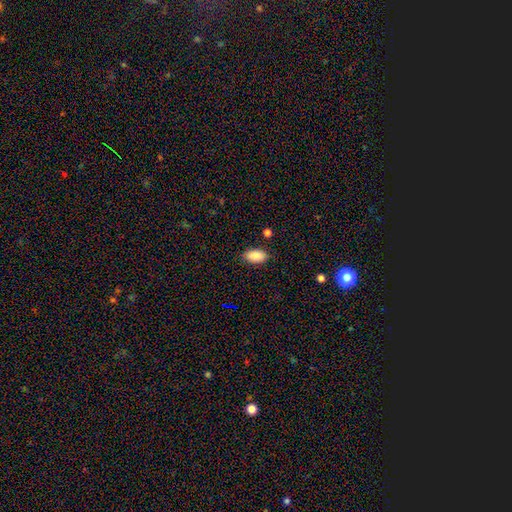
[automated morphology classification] Smooth or featured?
  - smooth: 88% *
  - star or artifact: 7%
  - featured or disk: 5%
How rounded?
  - in between: 93% *
  - cigar-shaped: 4%
  - round: 3%
Merging?
  - none: 86% *
  - minor disturbance: 10%
  - major disturbance: 2%
  - merger: 2%